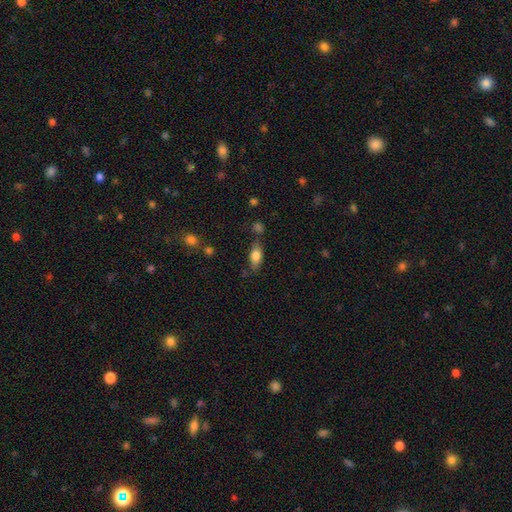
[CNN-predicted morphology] smooth-or-featured: smooth: 78% | featured or disk: 14% | star or artifact: 8%
  how-rounded: in between: 83% | cigar-shaped: 12% | round: 5%
  merging: none: 68% | minor disturbance: 20% | merger: 7% | major disturbance: 6%